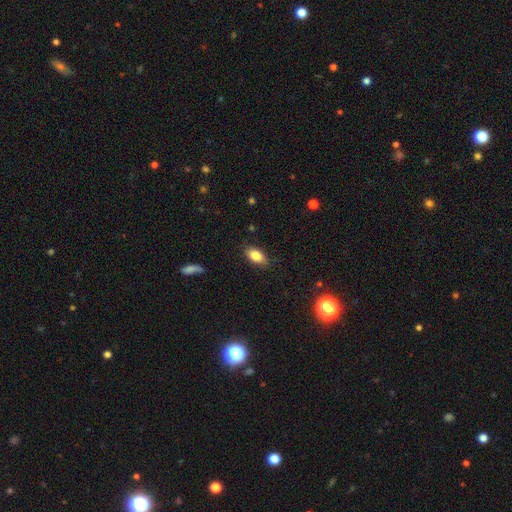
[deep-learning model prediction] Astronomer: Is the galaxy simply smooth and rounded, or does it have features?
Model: smooth — 83%.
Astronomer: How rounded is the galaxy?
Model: in between — 89%.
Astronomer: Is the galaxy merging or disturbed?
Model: none — 83%.